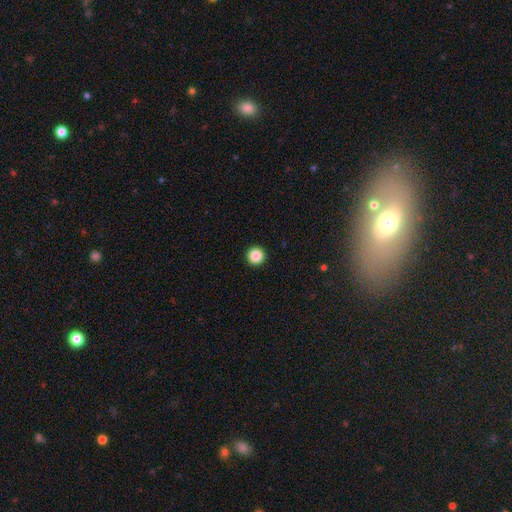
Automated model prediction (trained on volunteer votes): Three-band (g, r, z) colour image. It shows a smooth galaxy with no disk features (87%) that is round (97%). Merging: none (94%).